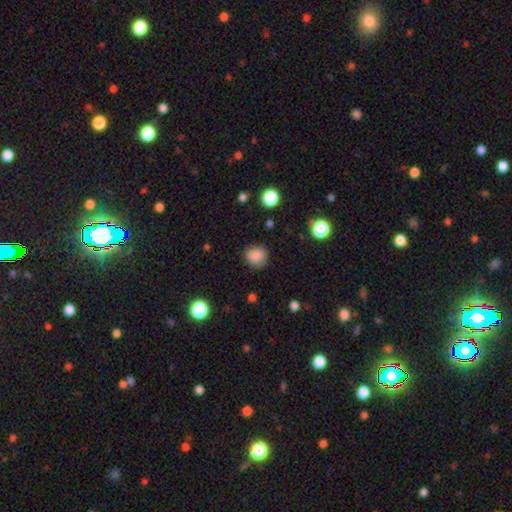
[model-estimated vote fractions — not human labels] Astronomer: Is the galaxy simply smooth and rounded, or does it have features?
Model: smooth — 85%.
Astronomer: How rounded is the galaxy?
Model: round — 83%.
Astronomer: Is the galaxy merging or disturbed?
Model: none — 83%.